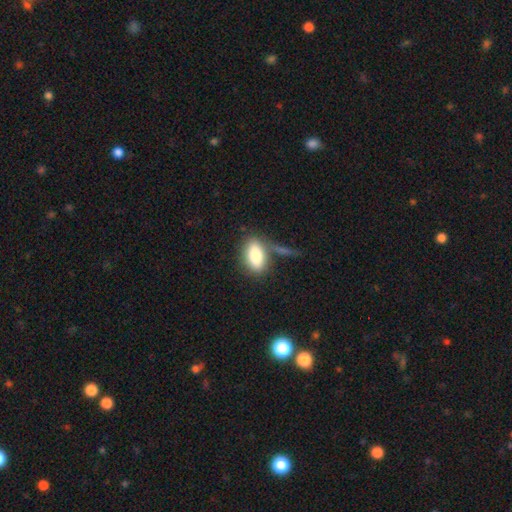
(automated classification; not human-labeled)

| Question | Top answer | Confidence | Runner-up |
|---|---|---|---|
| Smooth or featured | smooth | 80% | featured or disk (12%) |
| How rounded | in between | 88% | round (7%) |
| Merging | none | 62% | minor disturbance (17%) |